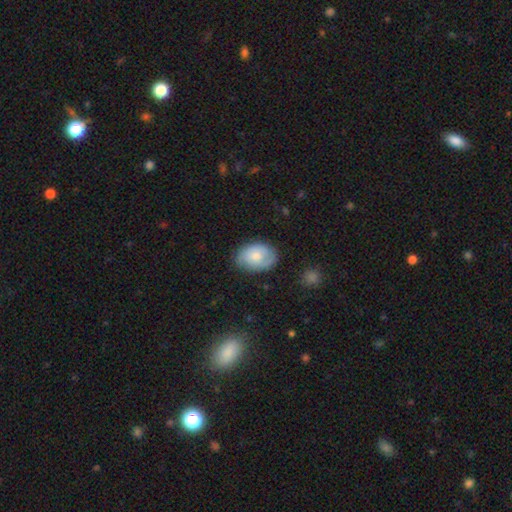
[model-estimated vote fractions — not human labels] Q: Smooth or featured?
A: smooth (61%); runner-up: featured or disk (32%)
Q: How rounded?
A: in between (79%); runner-up: round (20%)
Q: Merging?
A: none (74%); runner-up: minor disturbance (20%)